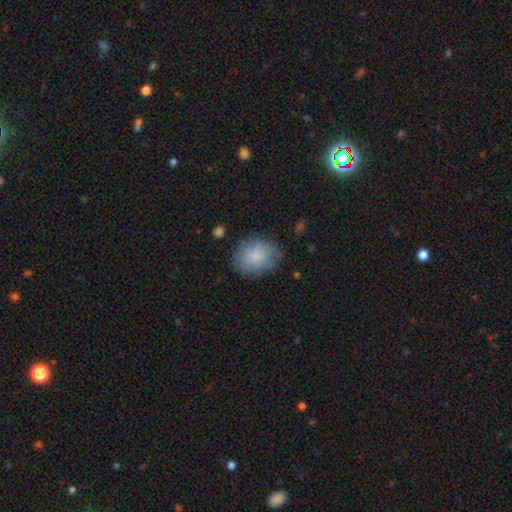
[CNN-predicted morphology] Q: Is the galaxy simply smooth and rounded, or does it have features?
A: smooth — 78%.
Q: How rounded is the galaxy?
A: in between — 53%.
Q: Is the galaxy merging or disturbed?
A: none — 71%.